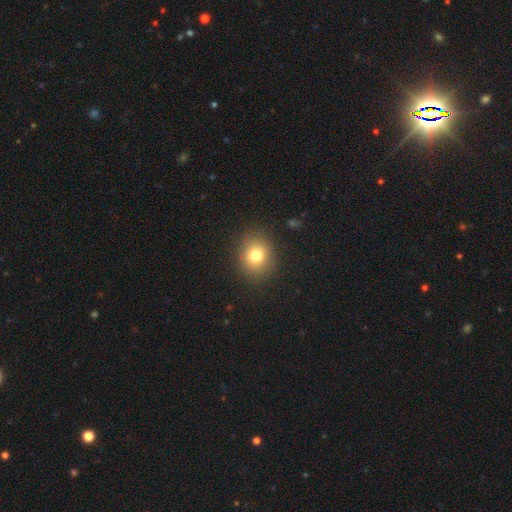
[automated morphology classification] Q: Smooth or featured?
A: smooth (78%); runner-up: star or artifact (12%)
Q: How rounded?
A: round (69%); runner-up: in between (30%)
Q: Merging?
A: none (88%); runner-up: minor disturbance (8%)